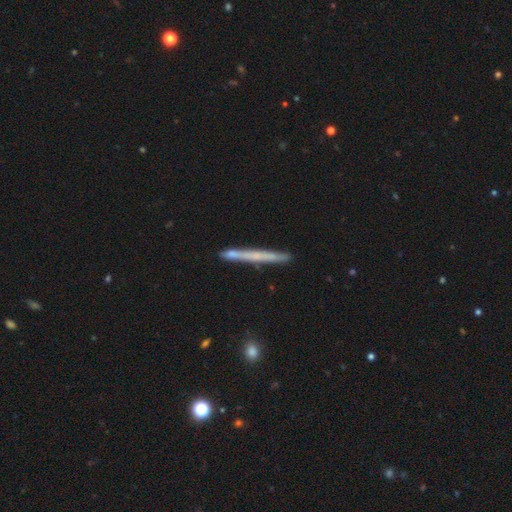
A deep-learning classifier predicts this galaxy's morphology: smooth-or-featured: featured or disk: 48% | smooth: 46% | star or artifact: 6%
  merging: none: 84% | minor disturbance: 10% | merger: 4% | major disturbance: 2%